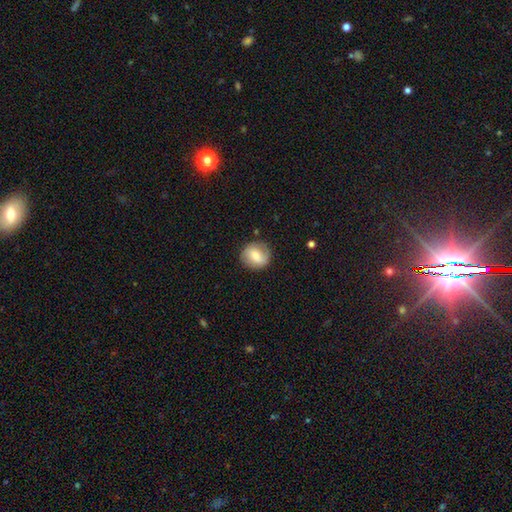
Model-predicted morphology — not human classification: Smooth or featured? smooth (54%)
How rounded? round (87%)
Merging? none (83%)